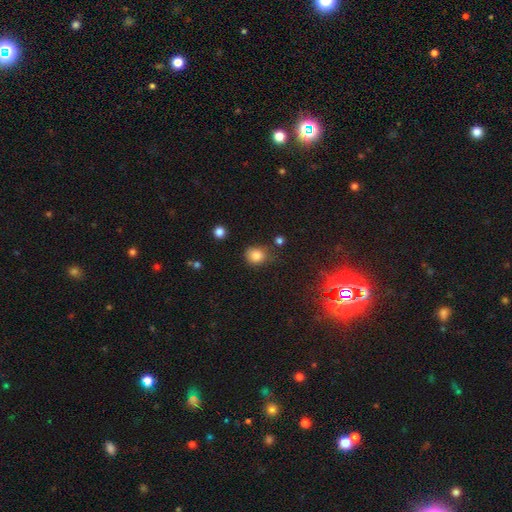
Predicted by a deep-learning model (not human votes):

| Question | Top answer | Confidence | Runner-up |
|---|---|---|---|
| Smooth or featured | smooth | 82% | star or artifact (12%) |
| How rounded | round | 72% | in between (27%) |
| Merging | none | 62% | minor disturbance (26%) |